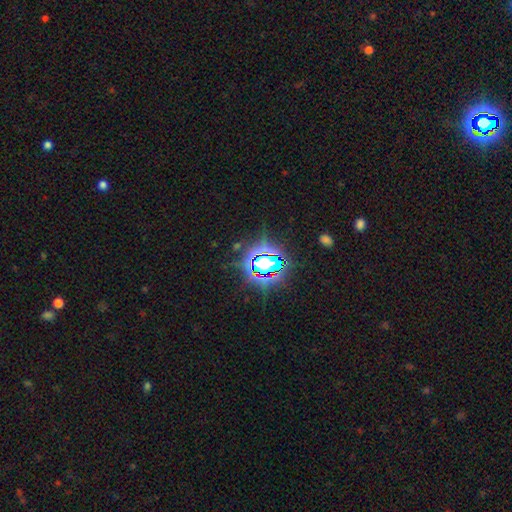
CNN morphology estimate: smooth-or-featured: star or artifact: 82% | smooth: 11% | featured or disk: 7%